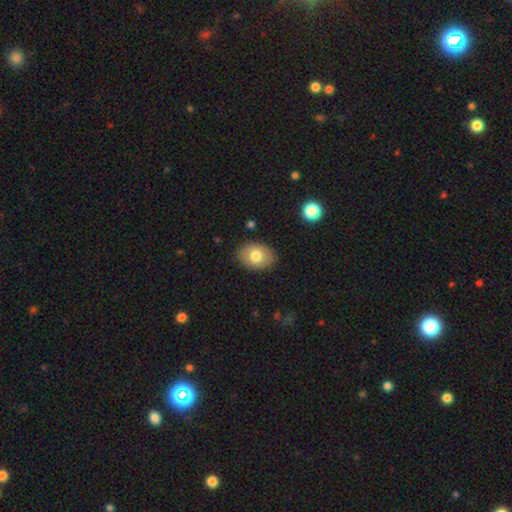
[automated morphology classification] Smooth or featured? Predicted: smooth (p=0.77). How rounded? Predicted: in between (p=0.78). Merging? Predicted: none (p=0.87).